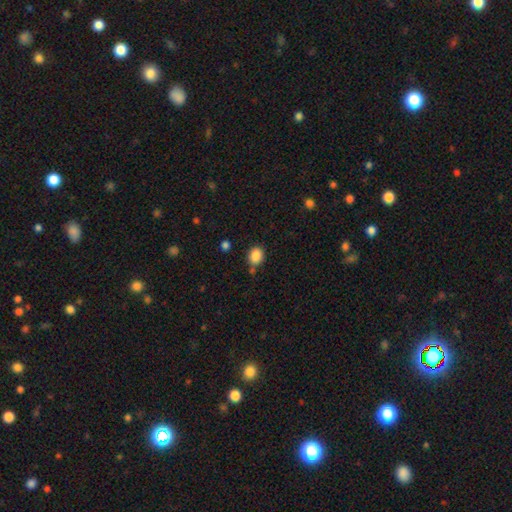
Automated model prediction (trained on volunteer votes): smooth 87%, star or artifact 9%, featured or disk 4%. Down the decision tree: how rounded — round (66%); merging — none (75%).